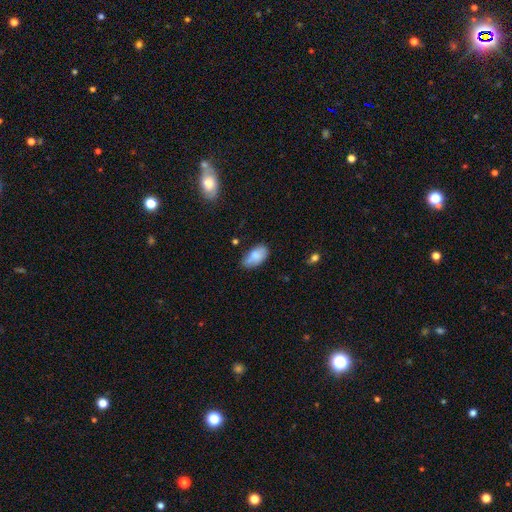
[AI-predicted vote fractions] Overall: smooth (77%). How rounded: in between (93%). Merging: none (56%; minor disturbance 32%).